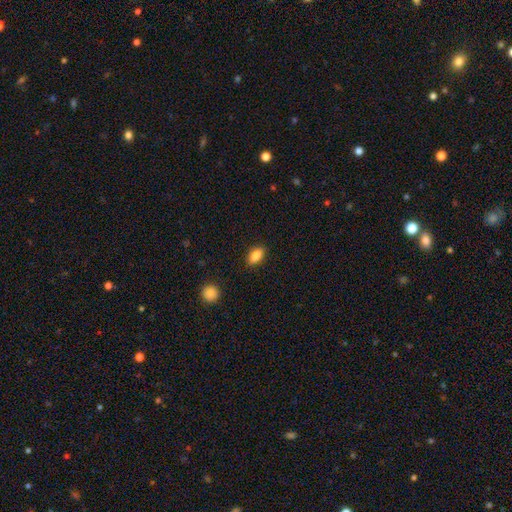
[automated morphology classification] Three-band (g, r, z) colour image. It shows a smooth galaxy with no disk features (85%) that is in between round and cigar-shaped (88%). Merging: none (89%).